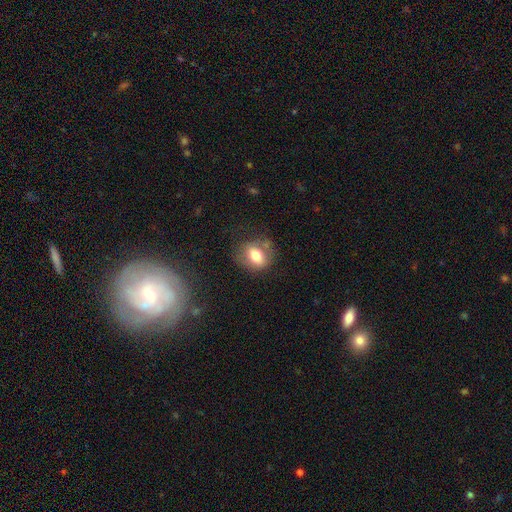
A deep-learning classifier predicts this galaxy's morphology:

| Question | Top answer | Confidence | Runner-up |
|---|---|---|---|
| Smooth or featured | smooth | 72% | featured or disk (19%) |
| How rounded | in between | 62% | round (36%) |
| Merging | none | 62% | minor disturbance (22%) |